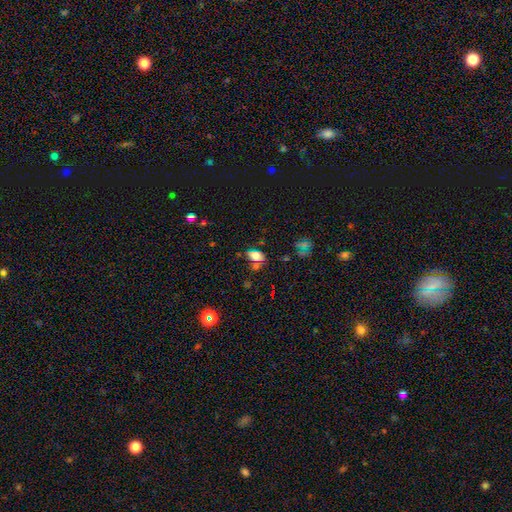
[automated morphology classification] This appears to be a smooth galaxy with no disk features (69%) that is in between round and cigar-shaped (78%). Merging: none (51%).